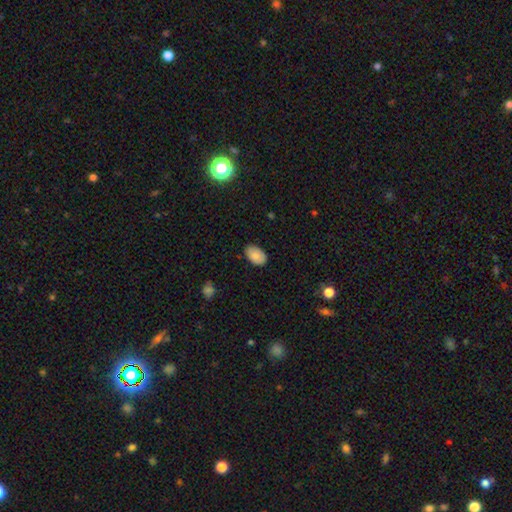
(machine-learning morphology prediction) Smooth or featured: smooth — 82% (featured or disk — 11%)
How rounded: in between — 91% (round — 8%)
Merging: none — 80% (minor disturbance — 17%)